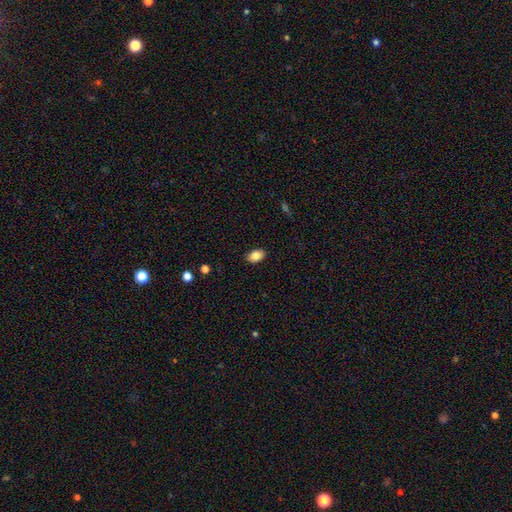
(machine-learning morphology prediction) type=smooth (85%); roundness=in between (89%); merging=none (88%).